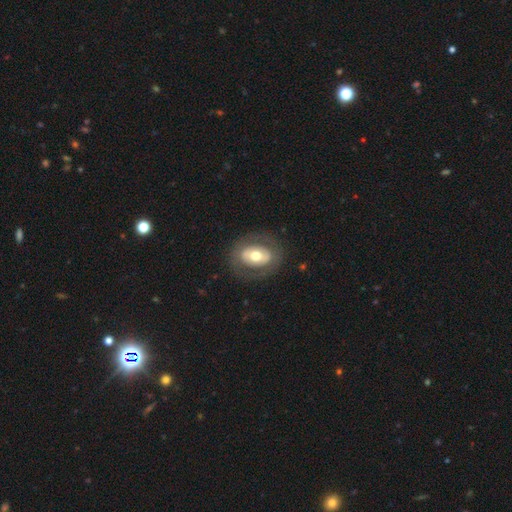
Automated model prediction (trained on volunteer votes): This appears to be a featured or disk galaxy (47%). Merging: none (79%).